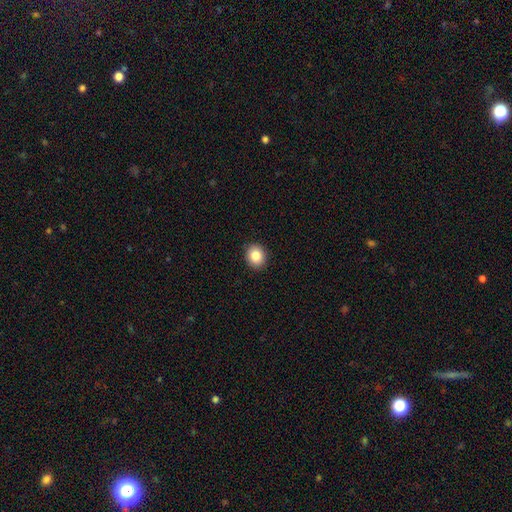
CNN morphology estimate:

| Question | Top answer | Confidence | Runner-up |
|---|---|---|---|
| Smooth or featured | smooth | 85% | star or artifact (9%) |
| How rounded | round | 70% | in between (29%) |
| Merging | none | 91% | minor disturbance (6%) |